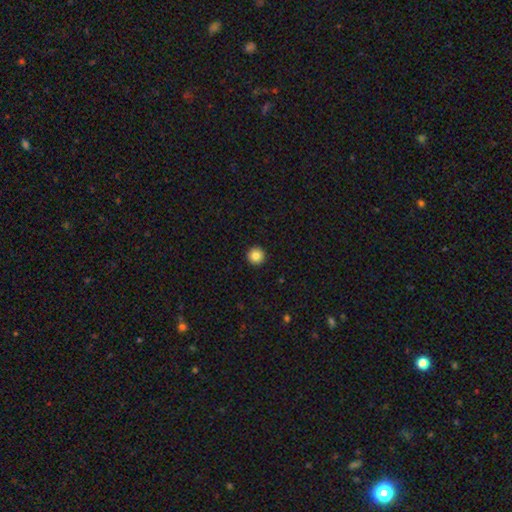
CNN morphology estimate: Q: Smooth or featured?
A: smooth (85%); runner-up: star or artifact (9%)
Q: How rounded?
A: round (96%); runner-up: in between (3%)
Q: Merging?
A: none (94%); runner-up: minor disturbance (4%)